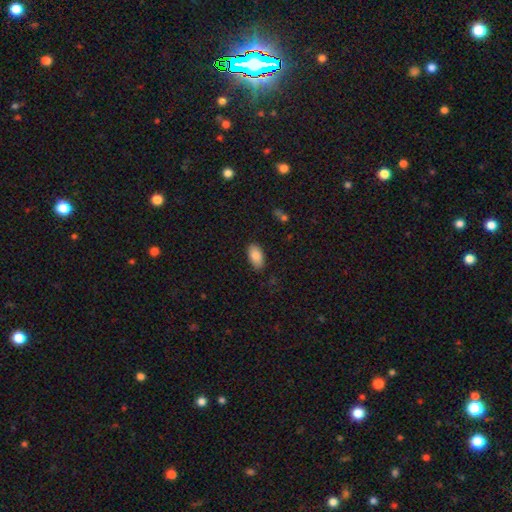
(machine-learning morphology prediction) Smooth or featured: smooth — 88% (star or artifact — 7%)
How rounded: in between — 94% (cigar-shaped — 3%)
Merging: none — 86% (minor disturbance — 11%)